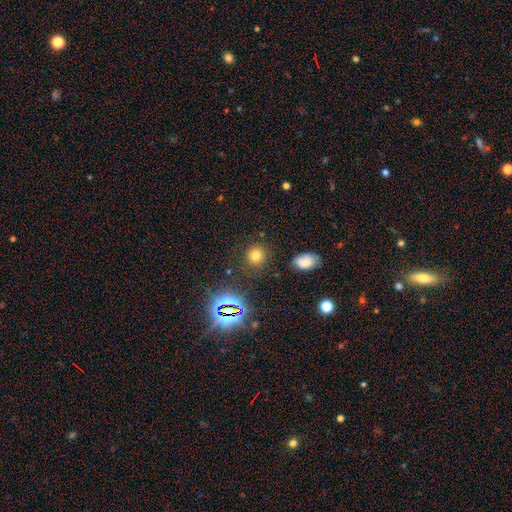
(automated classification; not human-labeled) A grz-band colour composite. It shows a smooth galaxy with no disk features (70%) that is round (87%). Merging: none (86%).